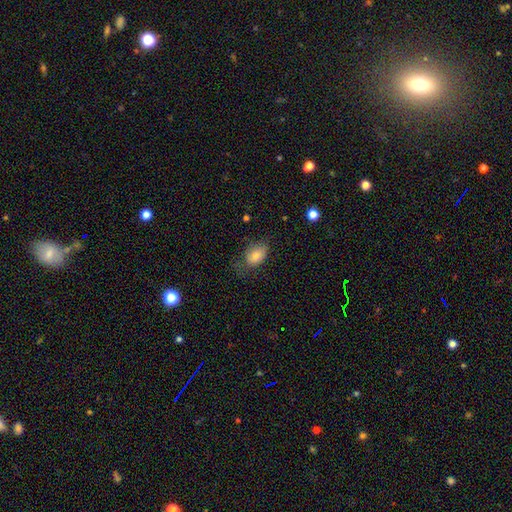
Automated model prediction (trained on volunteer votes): A smooth galaxy with no disk features (77%) that is in between round and cigar-shaped (84%).

Vote fractions:
- Smooth or featured? smooth: 77% / featured or disk: 14% / star or artifact: 10%
- How rounded? in between: 84% / round: 15% / cigar-shaped: 1%
- Merging? none: 50% / minor disturbance: 30% / major disturbance: 19% / merger: 2%